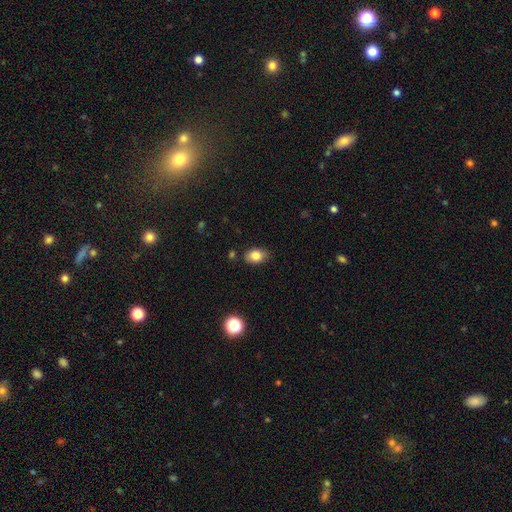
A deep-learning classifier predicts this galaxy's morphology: The model was most divided on "how rounded": in between: 80%, round: 18%, cigar-shaped: 1%. More confident: merging — none (84%); smooth or featured — smooth (82%).